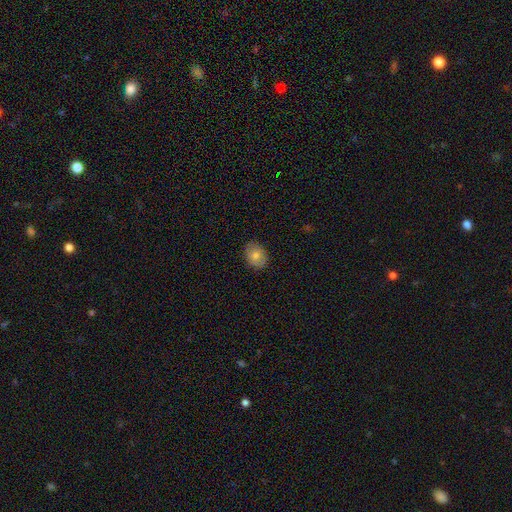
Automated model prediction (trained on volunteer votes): Q: Smooth or featured?
A: smooth (79%); runner-up: featured or disk (13%)
Q: How rounded?
A: in between (62%); runner-up: round (37%)
Q: Merging?
A: none (85%); runner-up: minor disturbance (12%)